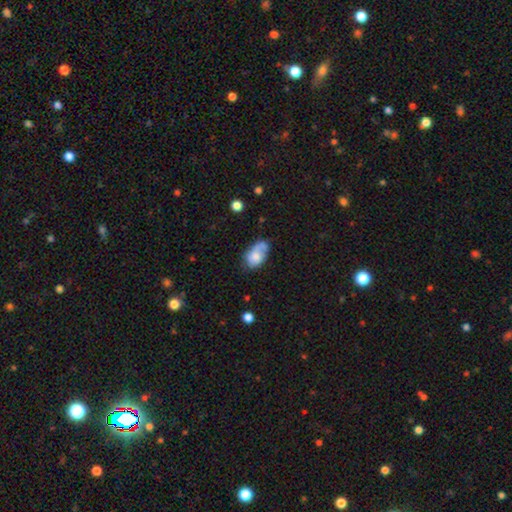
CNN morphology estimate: smooth-or-featured: smooth: 61% | featured or disk: 32% | star or artifact: 8%
  how-rounded: in between: 89% | round: 9% | cigar-shaped: 2%
  merging: none: 41% | minor disturbance: 30% | major disturbance: 19% | merger: 10%